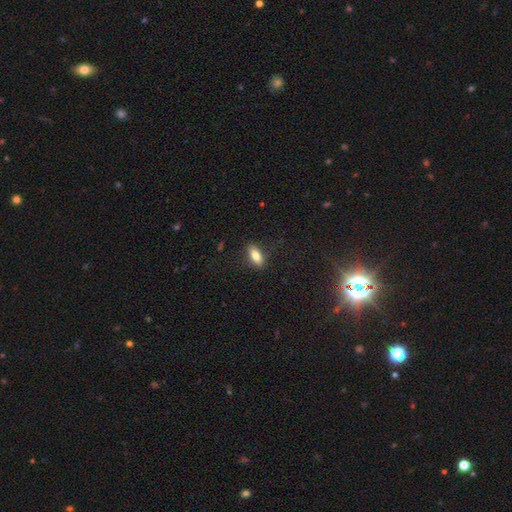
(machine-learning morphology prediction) smooth_or_featured: smooth (p=0.80) [alt: featured or disk p=0.12]
how_rounded: in between (p=0.81) [alt: cigar-shaped p=0.15]
merging: none (p=0.83) [alt: minor disturbance p=0.12]